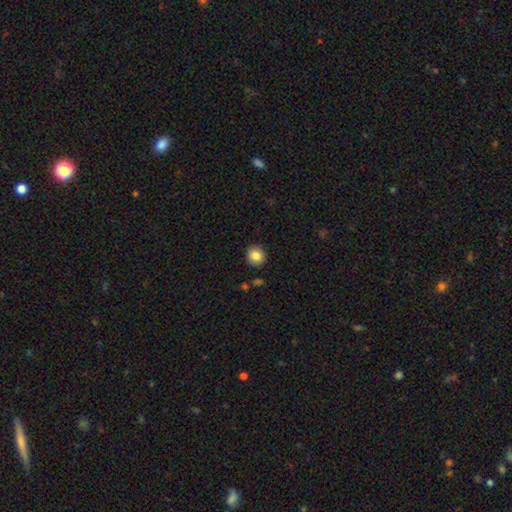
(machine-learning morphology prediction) Q: Smooth or featured?
A: smooth (84%); runner-up: star or artifact (9%)
Q: How rounded?
A: round (89%); runner-up: in between (10%)
Q: Merging?
A: none (91%); runner-up: minor disturbance (6%)